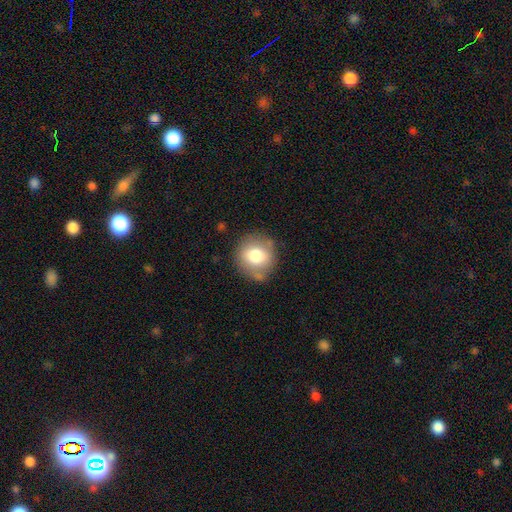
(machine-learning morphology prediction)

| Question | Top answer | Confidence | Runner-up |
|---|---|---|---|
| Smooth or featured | smooth | 75% | featured or disk (16%) |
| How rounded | round | 89% | in between (10%) |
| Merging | none | 76% | minor disturbance (16%) |